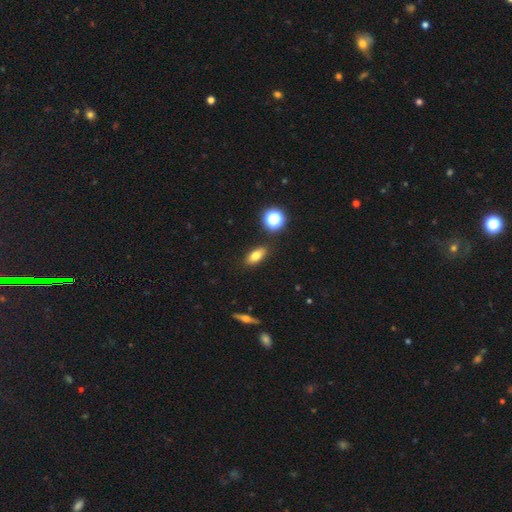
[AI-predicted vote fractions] smooth-or-featured: smooth: 73% | featured or disk: 15% | star or artifact: 12%
  how-rounded: in between: 76% | cigar-shaped: 14% | round: 10%
  merging: none: 86% | minor disturbance: 9% | merger: 3% | major disturbance: 2%